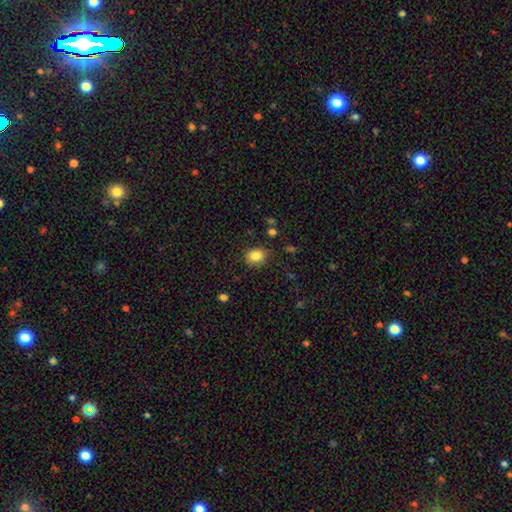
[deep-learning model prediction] Smooth or featured: smooth — 84% (star or artifact — 10%)
How rounded: round — 65% (in between — 34%)
Merging: none — 85% (minor disturbance — 10%)